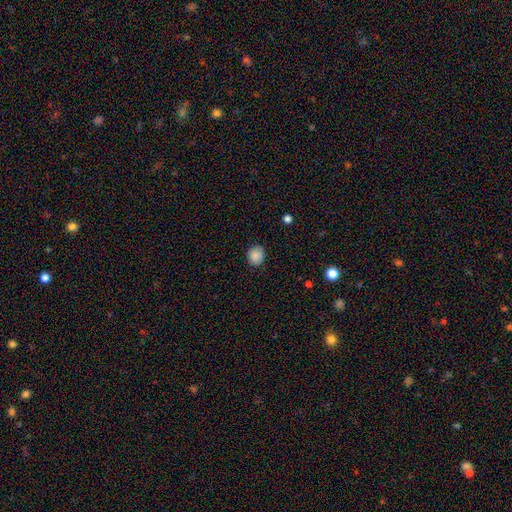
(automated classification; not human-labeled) This is clearly a smooth galaxy (86%). How rounded: likely round (74%). Merging: clearly none (83%).